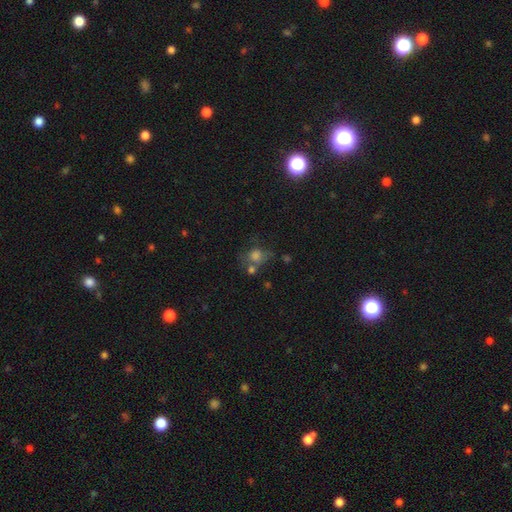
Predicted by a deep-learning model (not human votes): Smooth or featured: smooth — 62% (star or artifact — 20%)
How rounded: round — 71% (in between — 27%)
Merging: none — 42% (merger — 22%)